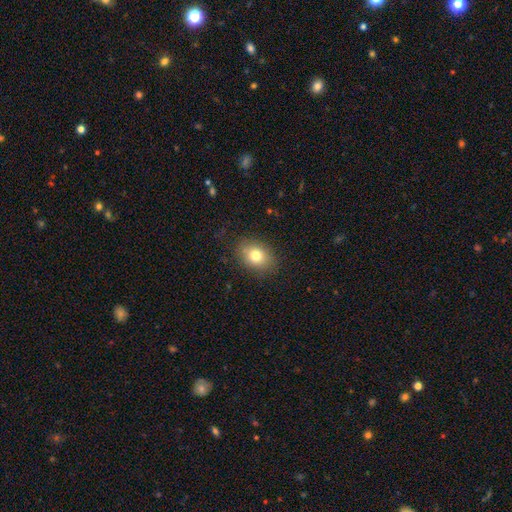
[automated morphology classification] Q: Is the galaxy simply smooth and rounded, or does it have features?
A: smooth — 78%.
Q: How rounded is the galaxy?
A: in between — 62%.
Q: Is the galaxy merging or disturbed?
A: none — 84%.